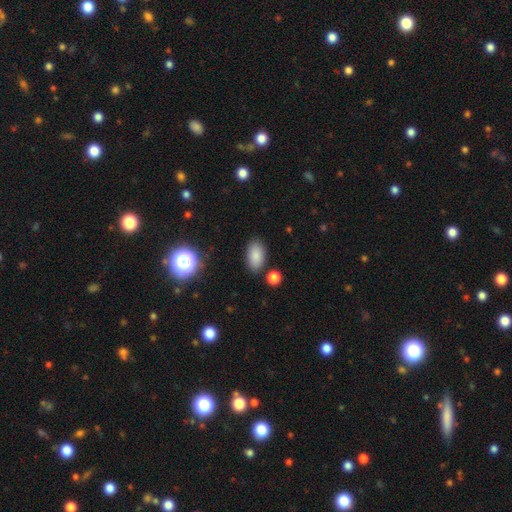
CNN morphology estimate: A smooth galaxy with no disk features (85%) that is in between round and cigar-shaped (92%). Merging: none (83%).